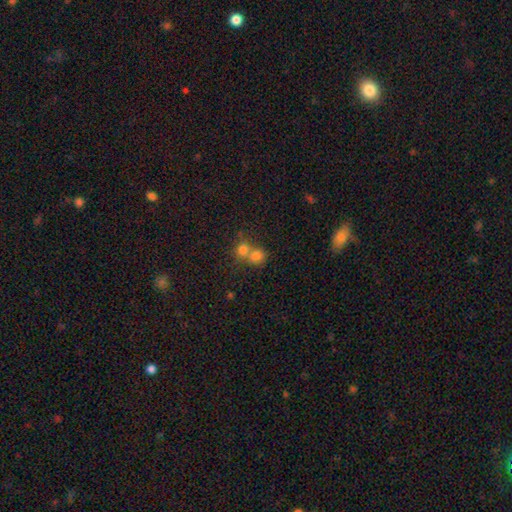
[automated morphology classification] smooth_or_featured: smooth (p=0.75) [alt: star or artifact p=0.13]
how_rounded: round (p=0.76) [alt: in between p=0.23]
merging: merger (p=0.60) [alt: none p=0.32]